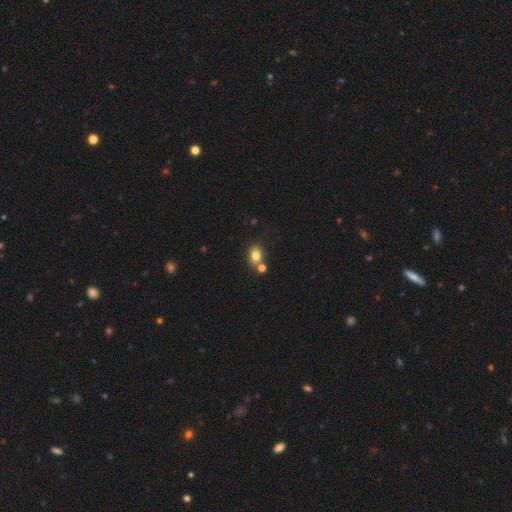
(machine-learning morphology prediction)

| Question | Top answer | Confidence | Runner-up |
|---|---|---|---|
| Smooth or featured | smooth | 80% | star or artifact (11%) |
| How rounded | in between | 67% | round (32%) |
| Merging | none | 63% | merger (22%) |